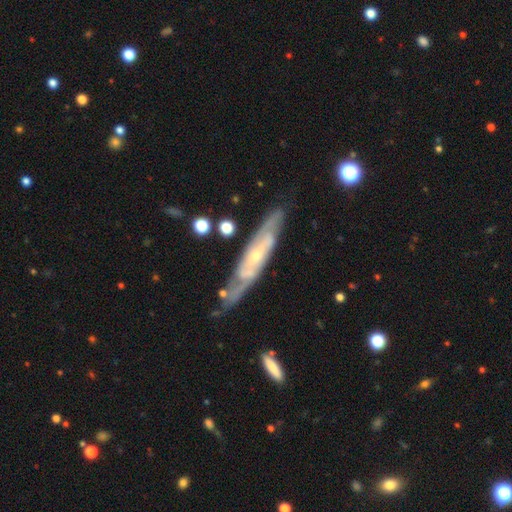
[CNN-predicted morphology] This is clearly a featured or disk galaxy (81%). It is likely not viewed edge-on (65%). Bar: possibly no (48%). Spiral arm pattern: clearly yes (89%). Central bulge: likely small (69%). Merging: likely none (72%).